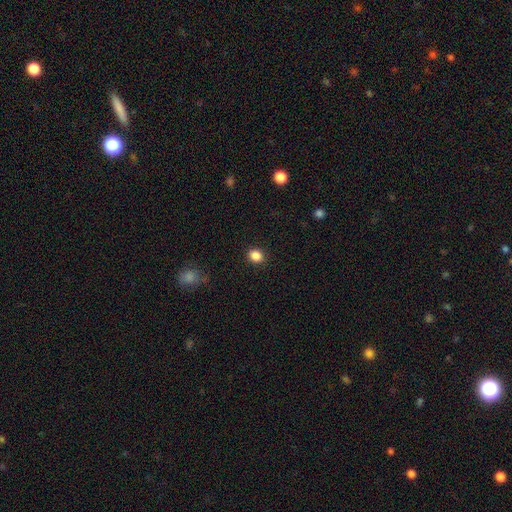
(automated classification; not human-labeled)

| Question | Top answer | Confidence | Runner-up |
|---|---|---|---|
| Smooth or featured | smooth | 86% | star or artifact (10%) |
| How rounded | round | 71% | in between (28%) |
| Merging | none | 91% | minor disturbance (6%) |